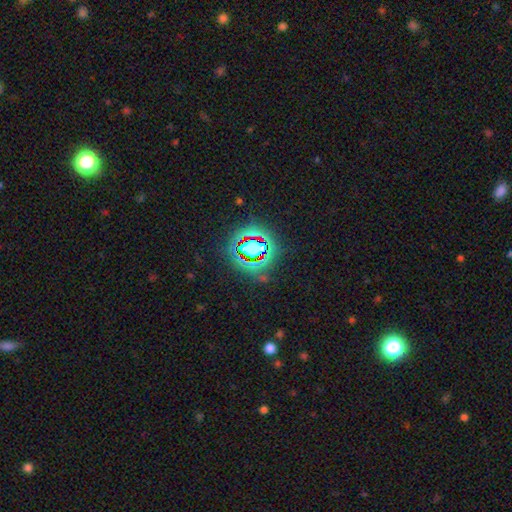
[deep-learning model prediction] A star or artifact, not a galaxy (80%).